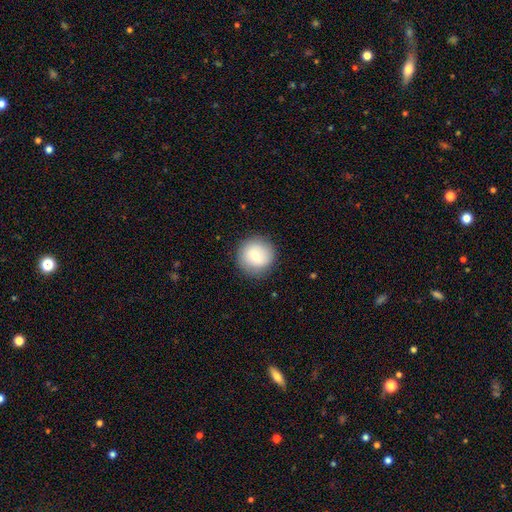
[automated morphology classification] This is likely a smooth galaxy (78%). How rounded: clearly round (94%). Merging: clearly none (86%).